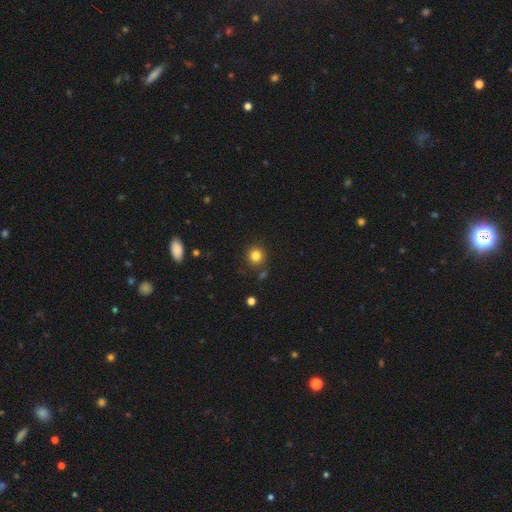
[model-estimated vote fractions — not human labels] Smooth or featured? smooth (82%)
How rounded? round (93%)
Merging? none (85%)